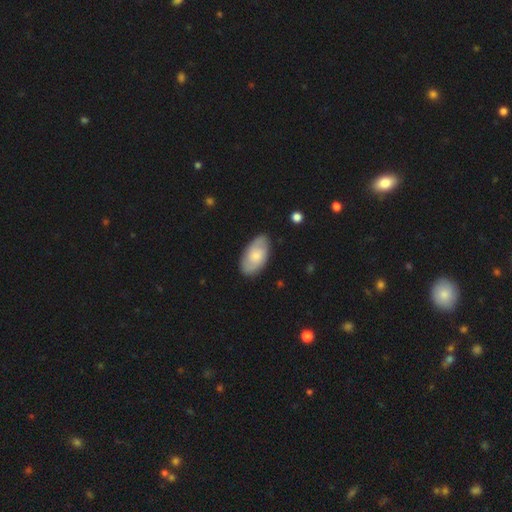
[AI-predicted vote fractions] Q: Smooth or featured?
A: featured or disk (51%); runner-up: smooth (44%)
Q: Edge-on disk?
A: no (94%); runner-up: yes (6%)
Q: Merging?
A: none (81%); runner-up: minor disturbance (14%)